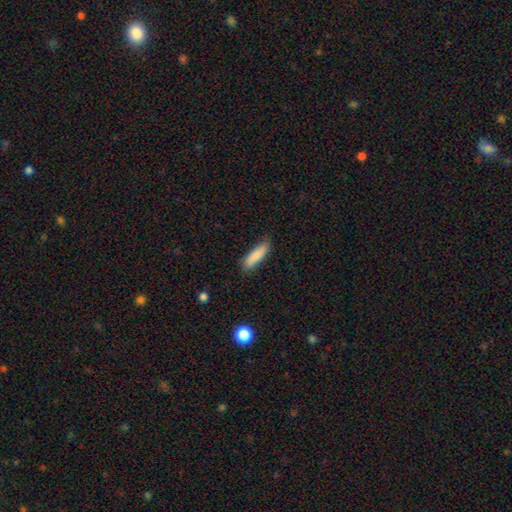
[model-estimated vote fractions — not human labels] smooth 83%, featured or disk 11%, star or artifact 6%. Down the decision tree: how rounded — cigar-shaped (62%); merging — none (80%).